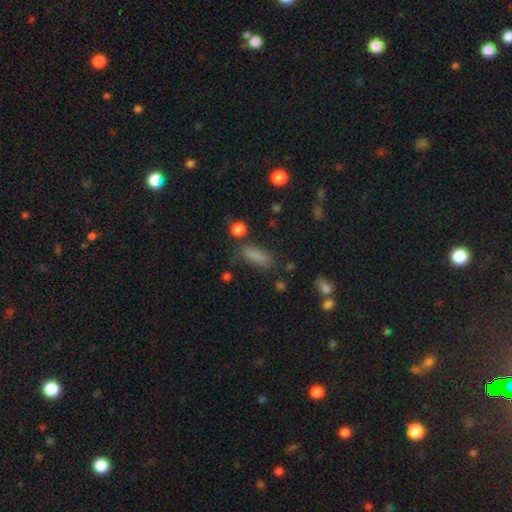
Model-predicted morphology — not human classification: The model was most divided on "how rounded": cigar-shaped: 51%, in between: 45%, round: 4%. More confident: smooth or featured — smooth (82%); merging — none (74%).